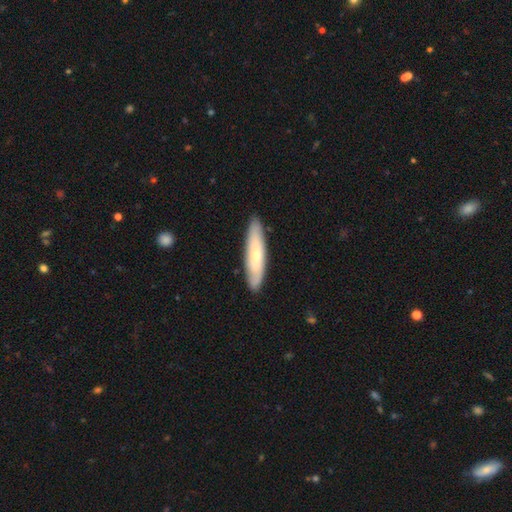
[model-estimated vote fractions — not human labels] smooth 61%, featured or disk 33%, star or artifact 5%. Down the decision tree: how rounded — cigar-shaped (81%); merging — none (87%).